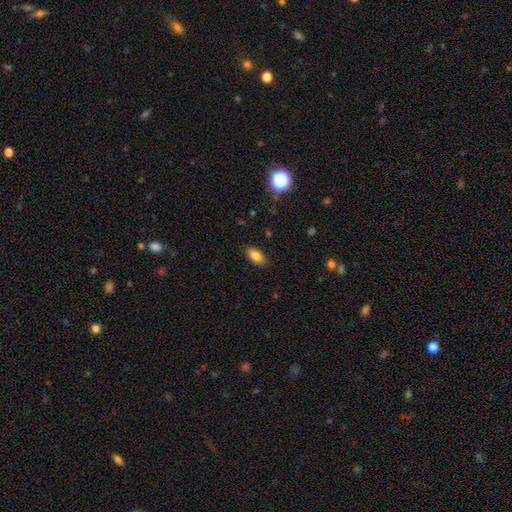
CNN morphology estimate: smooth 85%, star or artifact 9%, featured or disk 7%. Down the decision tree: how rounded — in between (91%); merging — none (87%).